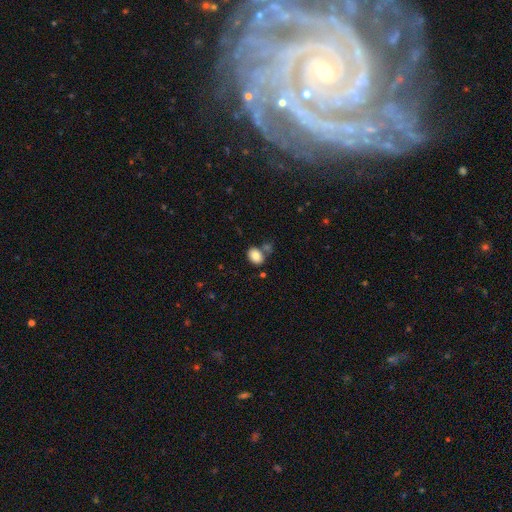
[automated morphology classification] The model was most divided on "merging": none: 64%, merger: 18%, minor disturbance: 14%, major disturbance: 4%. More confident: smooth or featured — smooth (84%); how rounded — in between (72%).